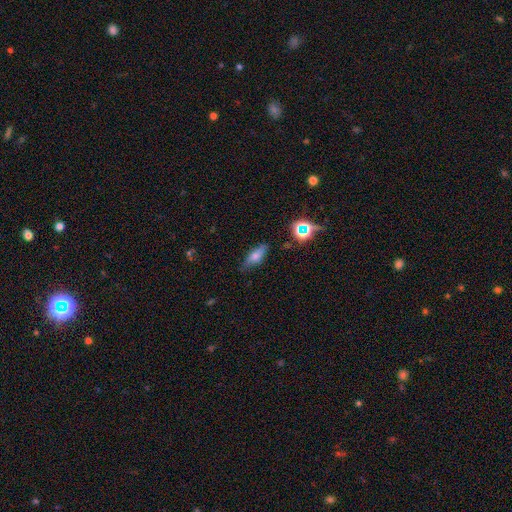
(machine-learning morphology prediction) This appears to be a smooth galaxy with no disk features (62%) that is in between round and cigar-shaped (67%). Merging: none (74%).